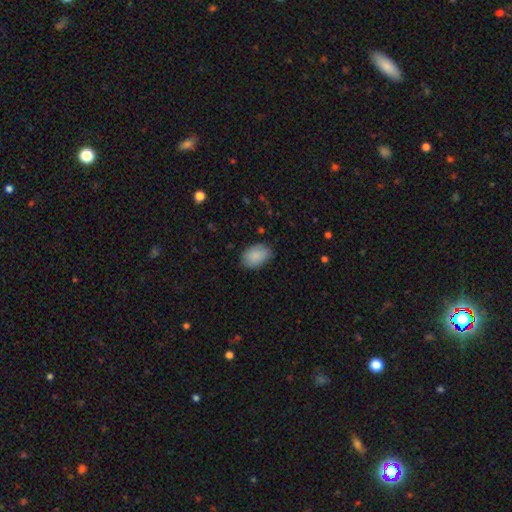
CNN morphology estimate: This appears to be a smooth galaxy with no disk features (88%) that is in between round and cigar-shaped (87%). Merging: none (81%).